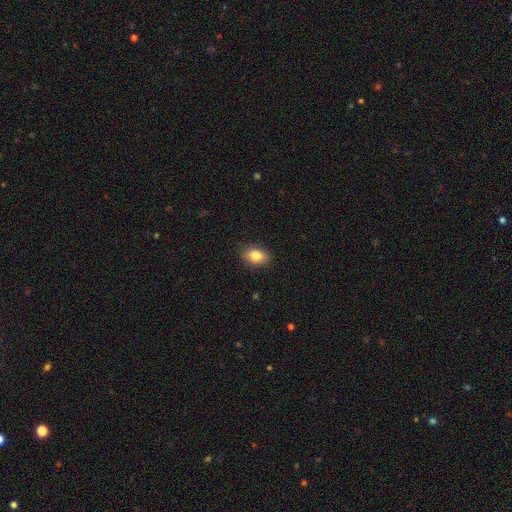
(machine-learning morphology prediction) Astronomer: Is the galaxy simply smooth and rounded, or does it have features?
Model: smooth — 84%.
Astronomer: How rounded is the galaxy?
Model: in between — 79%.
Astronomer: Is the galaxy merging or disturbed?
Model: none — 88%.